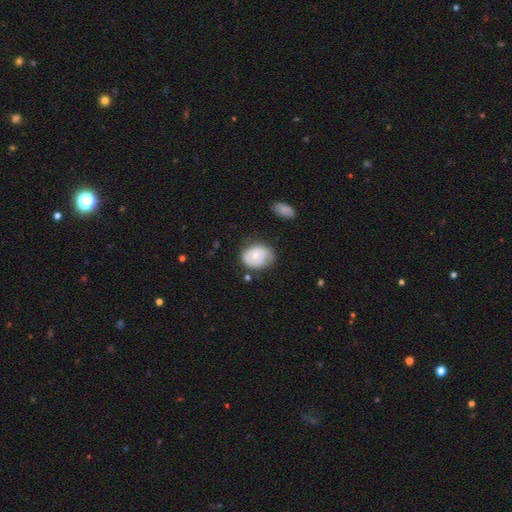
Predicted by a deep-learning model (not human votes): The model was most divided on "smooth or featured": smooth: 51%, featured or disk: 43%, star or artifact: 7%. More confident: how rounded — in between (57%); merging — none (56%).